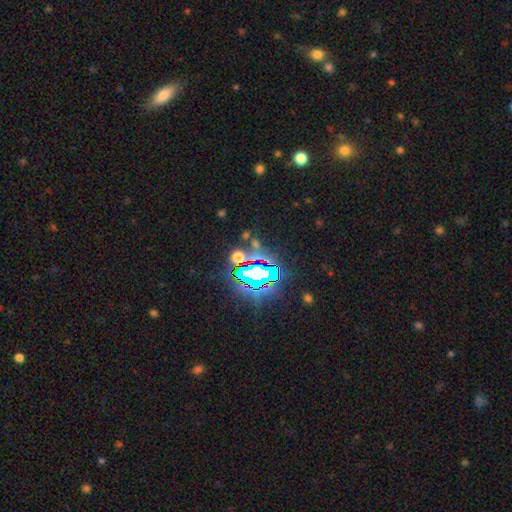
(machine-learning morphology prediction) The model was most divided on "smooth or featured": star or artifact: 81%, smooth: 11%, featured or disk: 8%.